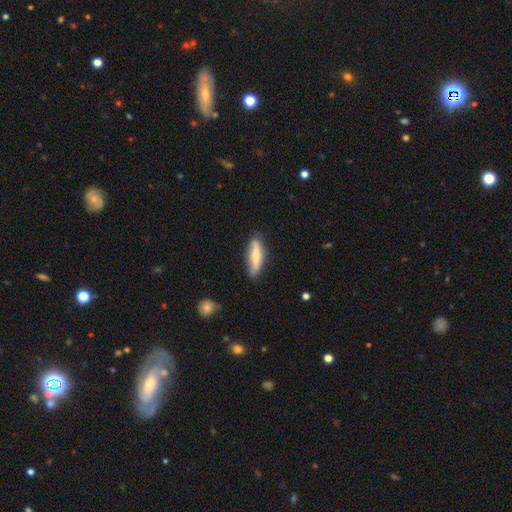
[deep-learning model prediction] This is possibly a smooth galaxy (54%). How rounded: likely cigar-shaped (60%). Merging: likely none (74%).